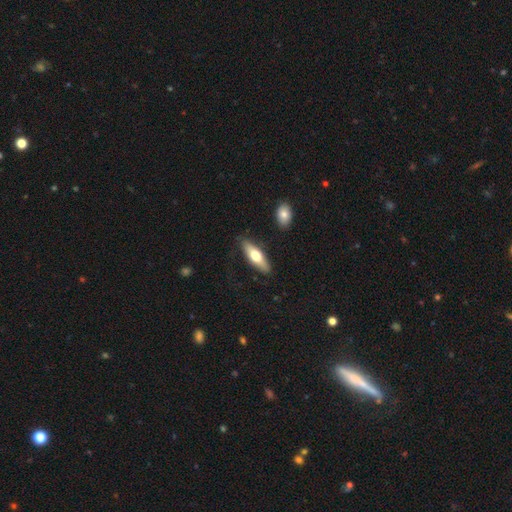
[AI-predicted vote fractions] A smooth galaxy with no disk features (59%) that is cigar-shaped (50%).

Vote fractions:
- Smooth or featured? smooth: 59% / featured or disk: 36% / star or artifact: 5%
- How rounded? cigar-shaped: 50% / in between: 48% / round: 2%
- Merging? none: 85% / minor disturbance: 10% / major disturbance: 2% / merger: 2%